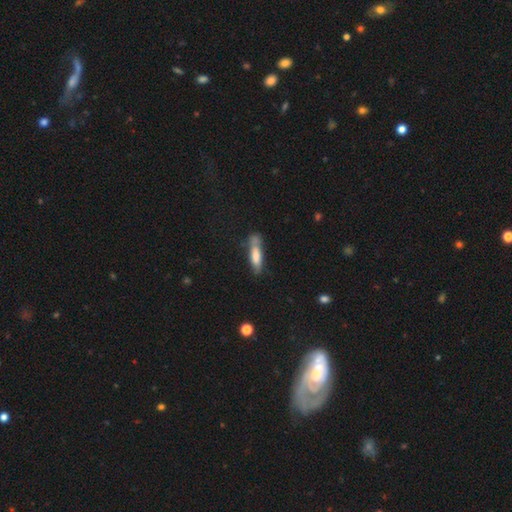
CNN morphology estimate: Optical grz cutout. It shows a smooth galaxy with no disk features (68%) that is cigar-shaped (70%). Merging: none (61%).